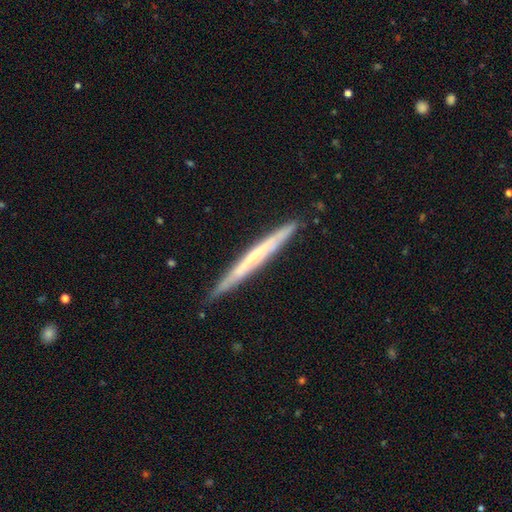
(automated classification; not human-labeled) Smooth or featured: featured or disk — 59% (smooth — 35%)
Edge-on disk: yes — 95% (no — 5%)
Edge-on bulge: none — 74% (rounded — 21%)
Merging: none — 87% (minor disturbance — 10%)